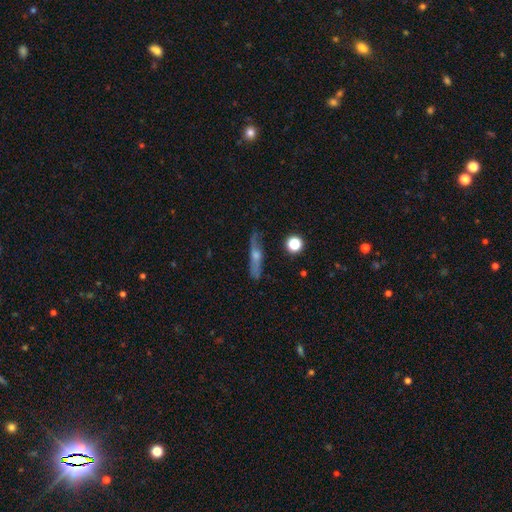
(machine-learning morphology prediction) A featured or disk galaxy (60%) viewed edge-on (85%) with a rounded central bulge (83%). Merging: none (81%).